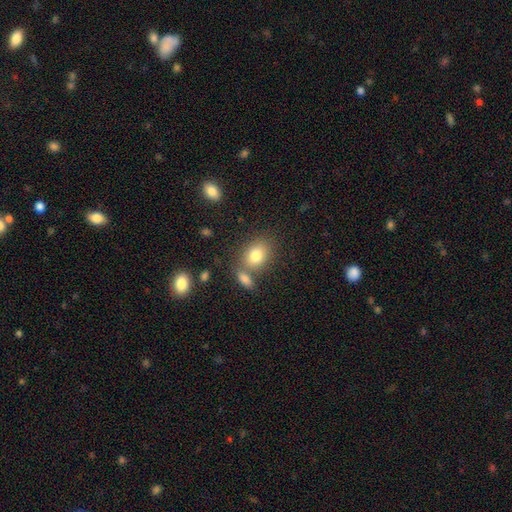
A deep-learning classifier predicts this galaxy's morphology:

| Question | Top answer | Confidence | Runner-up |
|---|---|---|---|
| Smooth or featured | smooth | 81% | featured or disk (10%) |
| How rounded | in between | 64% | round (34%) |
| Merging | none | 58% | merger (26%) |